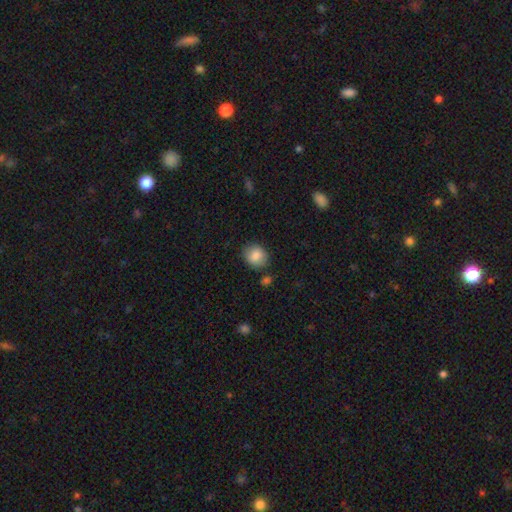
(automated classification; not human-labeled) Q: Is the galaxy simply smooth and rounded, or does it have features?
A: smooth — 84%.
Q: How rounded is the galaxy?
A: round — 71%.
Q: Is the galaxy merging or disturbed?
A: none — 82%.